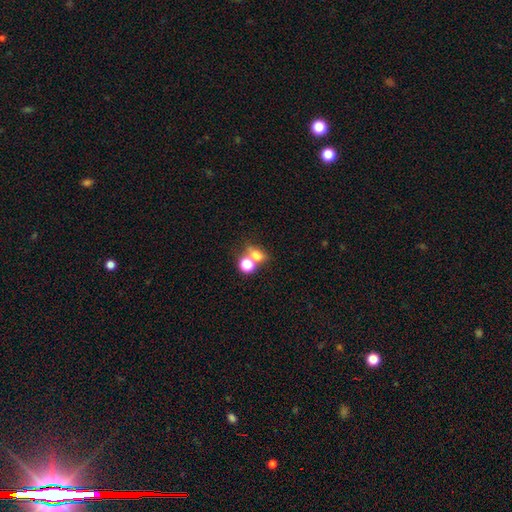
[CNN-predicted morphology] Smooth or featured?
  - smooth: 69% *
  - star or artifact: 19%
  - featured or disk: 12%
How rounded?
  - in between: 54% *
  - round: 43%
  - cigar-shaped: 3%
Merging?
  - none: 43% *
  - merger: 42%
  - minor disturbance: 9%
  - major disturbance: 6%